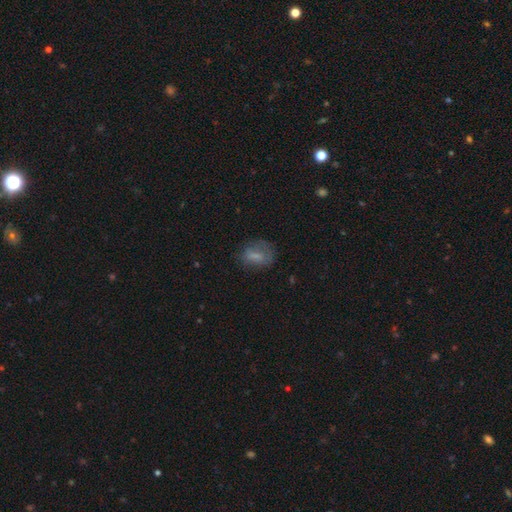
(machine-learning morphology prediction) smooth-or-featured: smooth: 63% | featured or disk: 24% | star or artifact: 12%
  how-rounded: in between: 63% | round: 33% | cigar-shaped: 4%
  merging: none: 54% | minor disturbance: 24% | major disturbance: 19% | merger: 3%